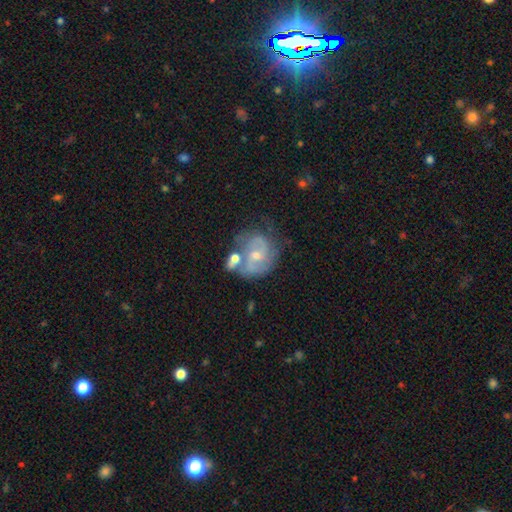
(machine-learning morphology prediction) A featured or disk galaxy (73%) with no bar (55%), 2 (55%) medium (44%) spiral arms (85%) and a moderate central bulge (48%).

Vote fractions:
- Smooth or featured? featured or disk: 73% / smooth: 19% / star or artifact: 9%
- Edge-on disk? no: 98% / yes: 2%
- Bar? no: 55% / weak: 37% / strong: 8%
- Spiral arms? yes: 85% / no: 15%
- Spiral winding? medium: 44% / tight: 40% / loose: 16%
- Spiral arm count? 2: 55% / can't tell: 24% / 3: 11% / 1: 5% / 4: 3% / more than 4: 2%
- Bulge size? moderate: 48% / small: 47% / none: 2% / large: 2% / dominant: 1%
- Merging? none: 45% / merger: 23% / minor disturbance: 21% / major disturbance: 11%